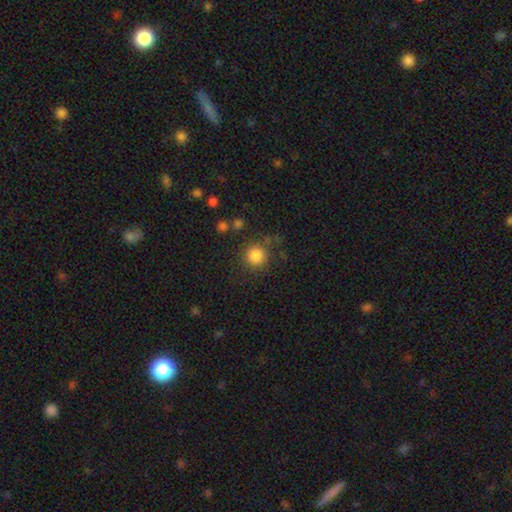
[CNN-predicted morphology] A smooth galaxy with no disk features (84%) that is round (93%).

Vote fractions:
- Smooth or featured? smooth: 84% / star or artifact: 10% / featured or disk: 6%
- How rounded? round: 93% / in between: 6% / cigar-shaped: 1%
- Merging? none: 76% / minor disturbance: 13% / major disturbance: 7% / merger: 4%